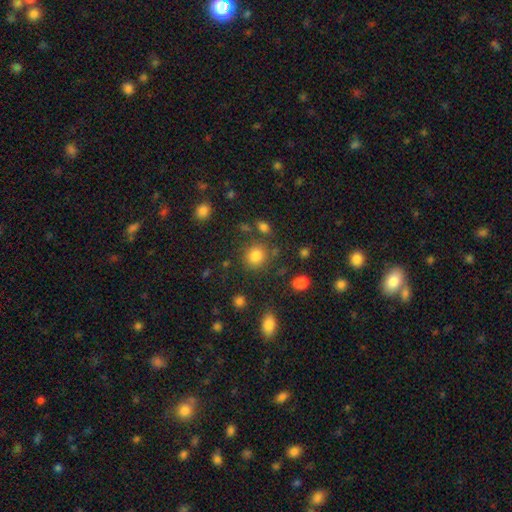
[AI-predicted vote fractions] This appears to be a smooth galaxy with no disk features (81%) that is round (83%). Merging: none (80%).